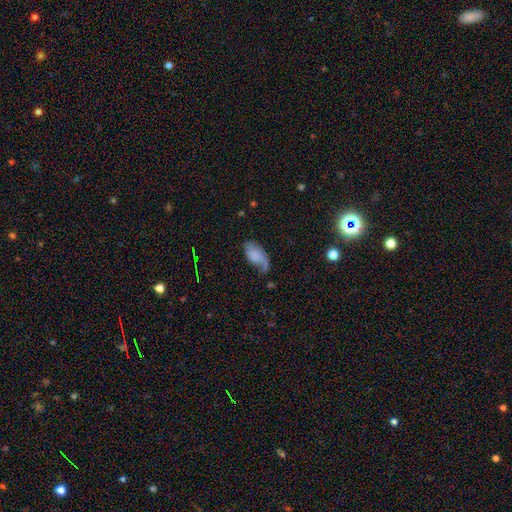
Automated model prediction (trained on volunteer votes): Smooth or featured?
  - smooth: 55% *
  - featured or disk: 36%
  - star or artifact: 9%
How rounded?
  - in between: 93% *
  - round: 4%
  - cigar-shaped: 3%
Merging?
  - none: 40% *
  - minor disturbance: 31%
  - major disturbance: 25%
  - merger: 4%